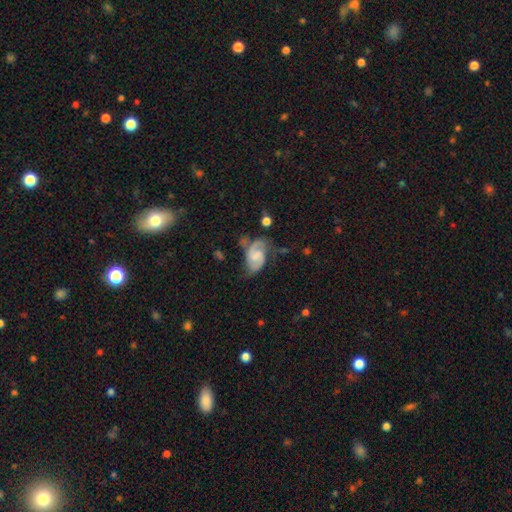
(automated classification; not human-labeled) Overall: featured or disk (71%). Edge-on disk: no (97%). Bar: weak (45%; no 44%). Spiral arms: yes (92%). Spiral arm count: 2 (83%). Spiral winding: medium (48%; tight 29%). Bulge size: small (37%; none 29%). Merging: none (43%; minor disturbance 28%).